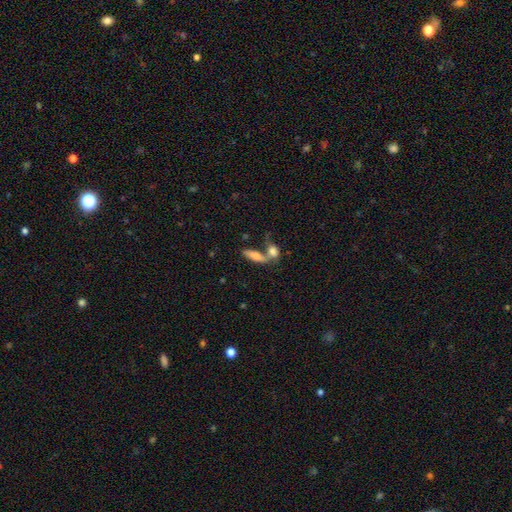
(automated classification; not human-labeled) The model was most divided on "how rounded": in between: 49%, cigar-shaped: 47%, round: 4%. More confident: smooth or featured — smooth (66%); merging — merger (53%).